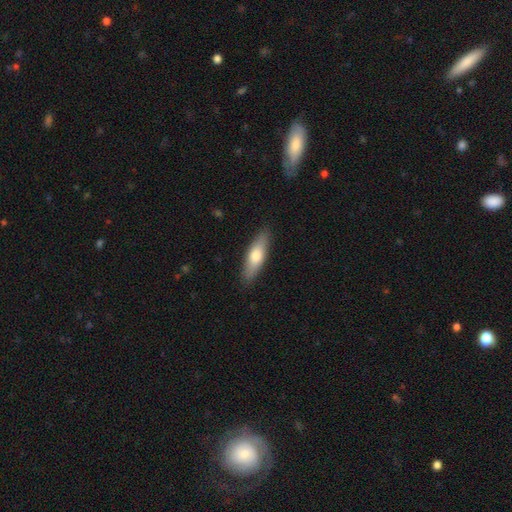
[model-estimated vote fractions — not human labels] This appears to be a smooth galaxy with no disk features (66%) that is cigar-shaped (51%). Merging: none (88%).